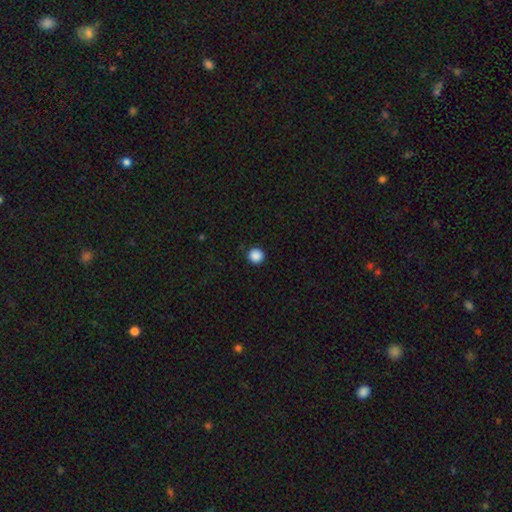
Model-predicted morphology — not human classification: Q: Smooth or featured?
A: smooth (88%); runner-up: star or artifact (10%)
Q: How rounded?
A: round (96%); runner-up: in between (3%)
Q: Merging?
A: none (93%); runner-up: minor disturbance (5%)